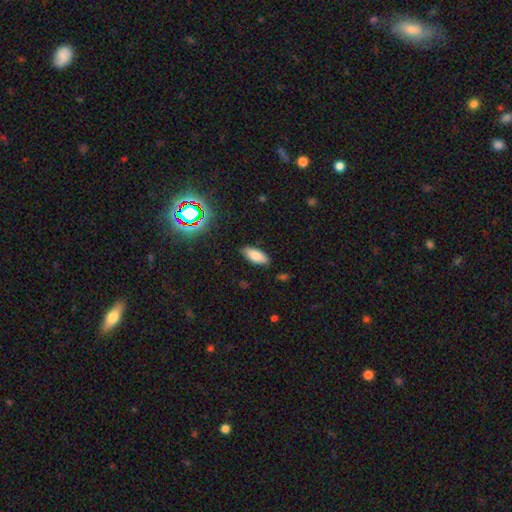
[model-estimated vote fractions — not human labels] Q: Smooth or featured?
A: smooth (82%); runner-up: star or artifact (10%)
Q: How rounded?
A: in between (81%); runner-up: cigar-shaped (17%)
Q: Merging?
A: none (86%); runner-up: minor disturbance (10%)